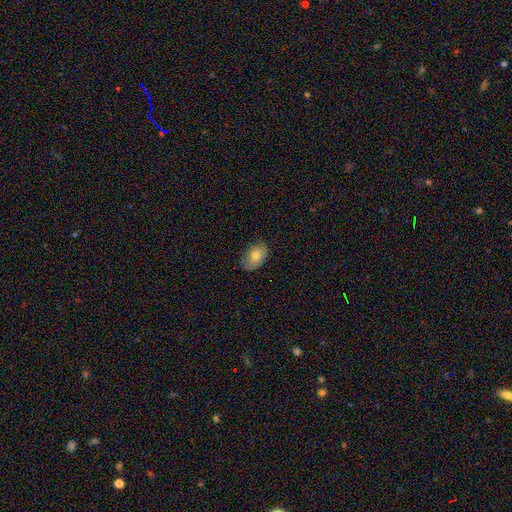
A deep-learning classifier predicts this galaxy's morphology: type=smooth (68%); roundness=in between (86%); merging=none (73%).